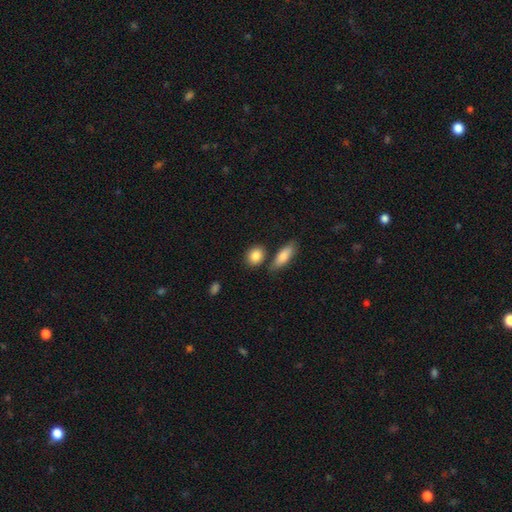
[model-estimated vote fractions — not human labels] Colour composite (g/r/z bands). It shows a smooth galaxy with no disk features (86%) that is round (53%). Merging: none (72%).